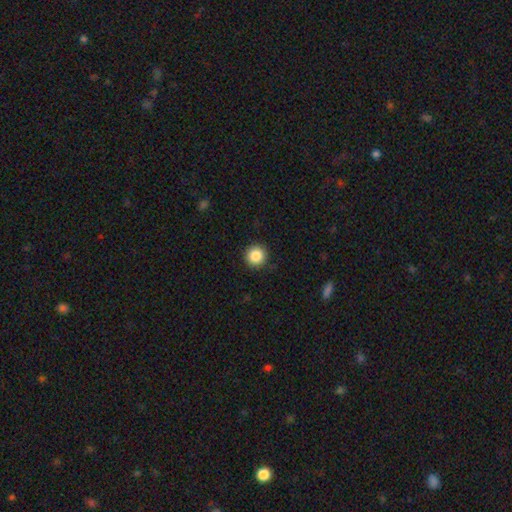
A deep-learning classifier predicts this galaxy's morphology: type=smooth (87%); roundness=round (95%); merging=none (91%).